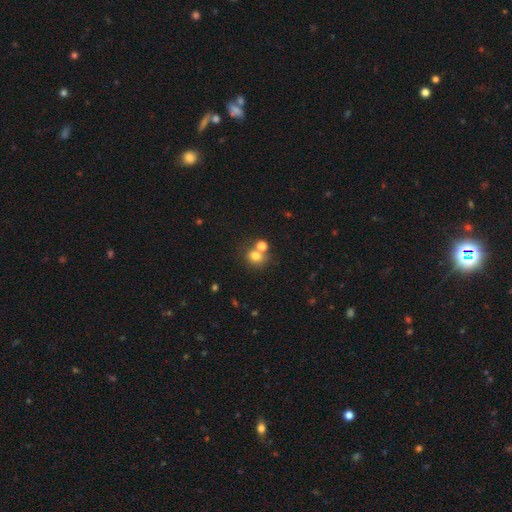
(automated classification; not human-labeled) A smooth galaxy with no disk features (75%) that is round (75%).

Vote fractions:
- Smooth or featured? smooth: 75% / star or artifact: 15% / featured or disk: 10%
- How rounded? round: 75% / in between: 24% / cigar-shaped: 1%
- Merging? none: 52% / merger: 34% / minor disturbance: 9% / major disturbance: 4%